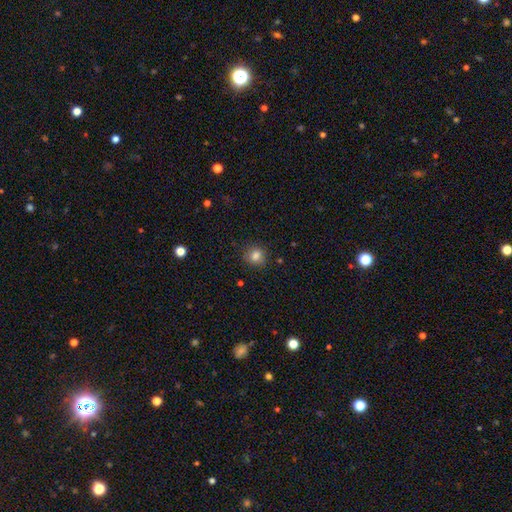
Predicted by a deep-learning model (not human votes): A smooth galaxy with no disk features (84%) that is round (83%).

Vote fractions:
- Smooth or featured? smooth: 84% / star or artifact: 11% / featured or disk: 5%
- How rounded? round: 83% / in between: 16% / cigar-shaped: 1%
- Merging? none: 85% / minor disturbance: 10% / major disturbance: 3% / merger: 1%